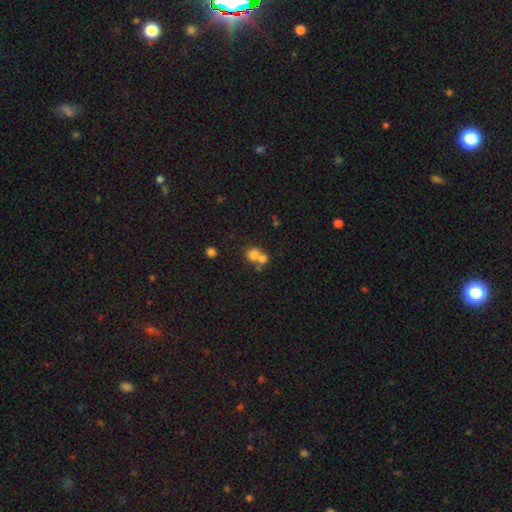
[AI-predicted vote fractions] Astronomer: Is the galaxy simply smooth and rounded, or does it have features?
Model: smooth — 75%.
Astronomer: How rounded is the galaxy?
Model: round — 81%.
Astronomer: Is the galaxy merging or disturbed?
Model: merger — 57% (runner-up: none, 34%).